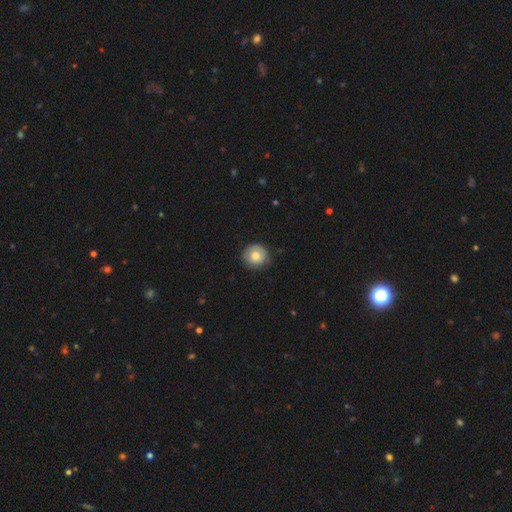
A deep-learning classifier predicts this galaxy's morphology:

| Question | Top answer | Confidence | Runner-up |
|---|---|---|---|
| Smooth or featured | smooth | 76% | featured or disk (16%) |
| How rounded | round | 93% | in between (6%) |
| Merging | none | 83% | minor disturbance (13%) |